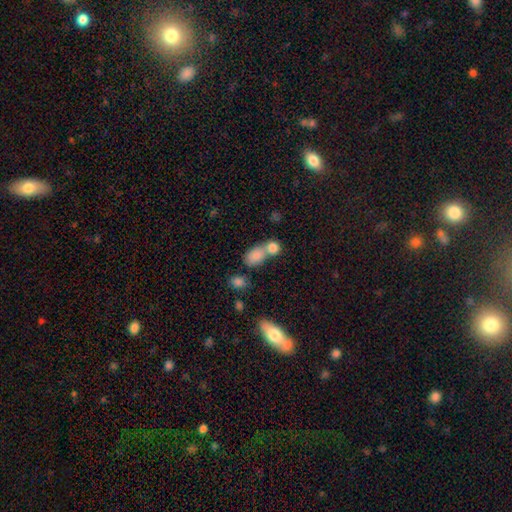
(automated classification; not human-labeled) Morphology: type=smooth (81%); roundness=in between (70%); merging=merger (60%).